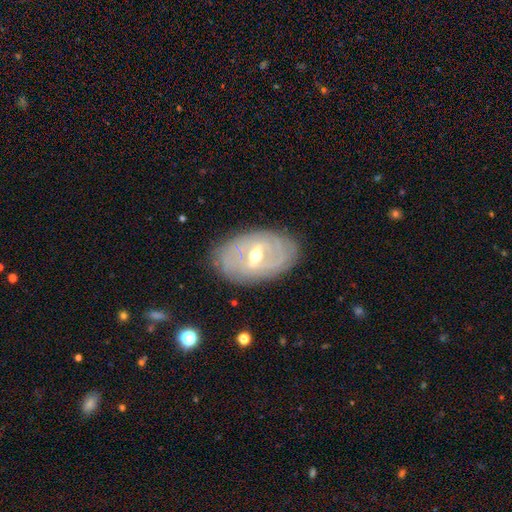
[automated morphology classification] type=featured or disk (79%); edge-on=no (91%); bar=weak (46%); spiral arms=yes (68%); bulge=moderate (69%); merging=none (80%).